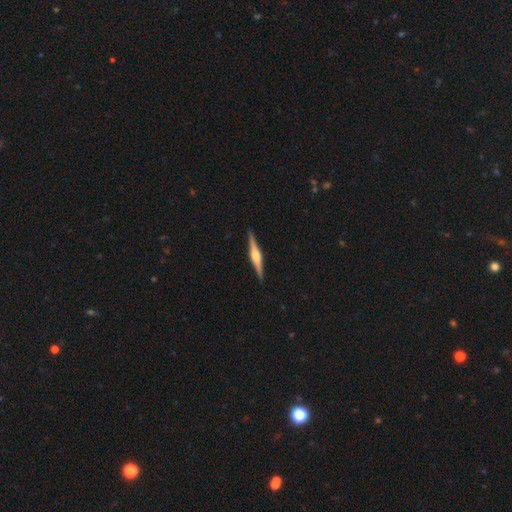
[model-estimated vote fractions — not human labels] The model was most divided on "smooth or featured": featured or disk: 80%, smooth: 15%, star or artifact: 5%. More confident: edge-on disk — yes (98%); merging — none (92%); edge-on bulge — rounded (81%).